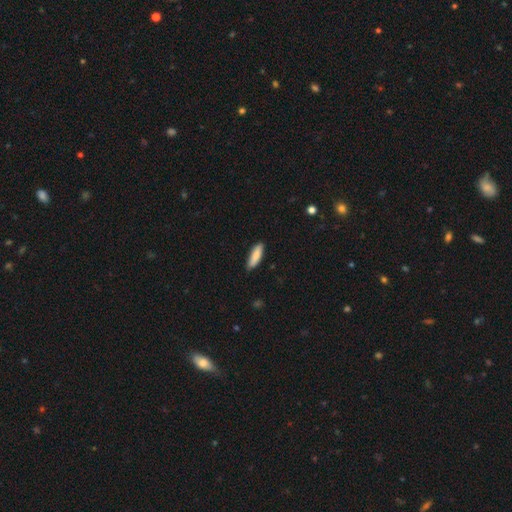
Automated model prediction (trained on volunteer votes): smooth 84%, featured or disk 10%, star or artifact 6%. Down the decision tree: how rounded — cigar-shaped (55%); merging — none (85%).